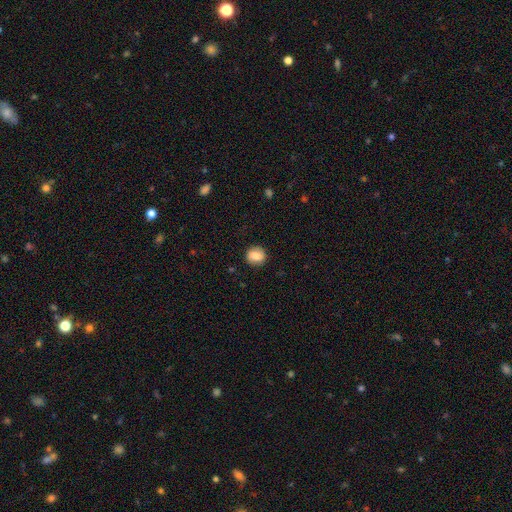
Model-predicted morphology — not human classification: The model was most divided on "smooth or featured": smooth: 69%, featured or disk: 23%, star or artifact: 9%. More confident: merging — none (86%); how rounded — round (78%).